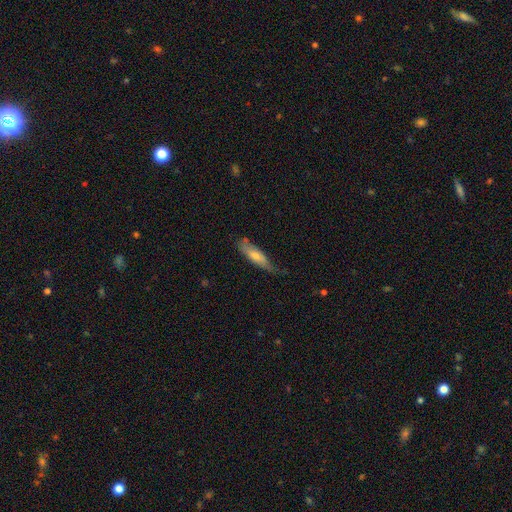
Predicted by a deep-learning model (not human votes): smooth 64%, featured or disk 30%, star or artifact 6%. Down the decision tree: how rounded — cigar-shaped (63%); merging — none (59%).